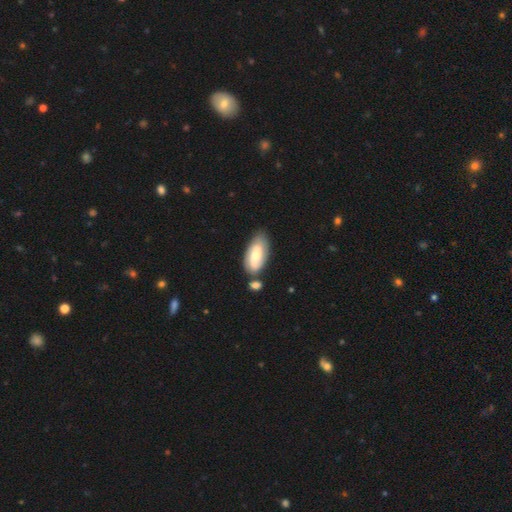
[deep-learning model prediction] smooth-or-featured: featured or disk: 50% | smooth: 44% | star or artifact: 6%
  disk-edge-on: no: 91% | yes: 9%
  merging: none: 61% | merger: 17% | minor disturbance: 17% | major disturbance: 5%